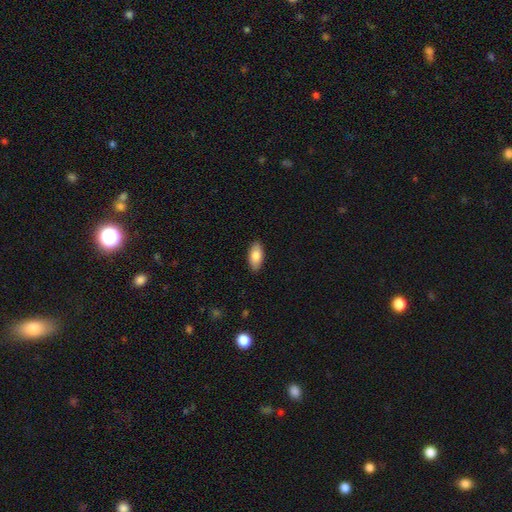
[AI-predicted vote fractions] A smooth galaxy with no disk features (82%) that is in between round and cigar-shaped (90%).

Vote fractions:
- Smooth or featured? smooth: 82% / featured or disk: 12% / star or artifact: 6%
- How rounded? in between: 90% / cigar-shaped: 8% / round: 2%
- Merging? none: 89% / minor disturbance: 8% / major disturbance: 2% / merger: 1%